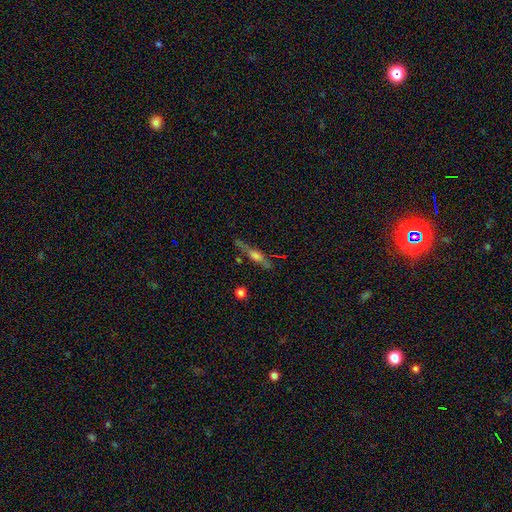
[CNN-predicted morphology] smooth_or_featured: featured or disk (p=0.56) [alt: smooth p=0.34]
disk_edge_on: yes (p=0.87) [alt: no p=0.13]
merging: none (p=0.67) [alt: minor disturbance p=0.19]